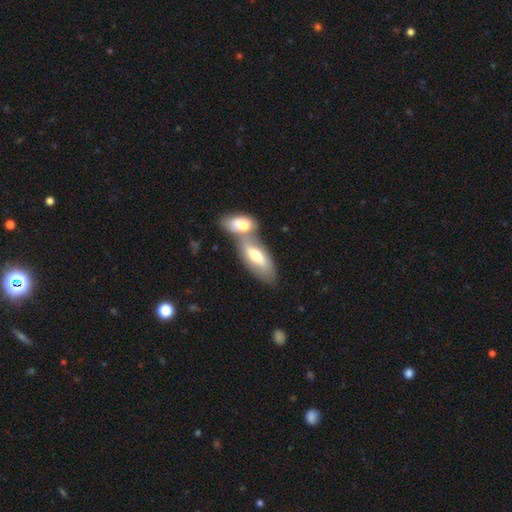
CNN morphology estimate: Overall: smooth (59%; featured or disk 34%). How rounded: in between (79%). Merging: merger (56%; none 30%).